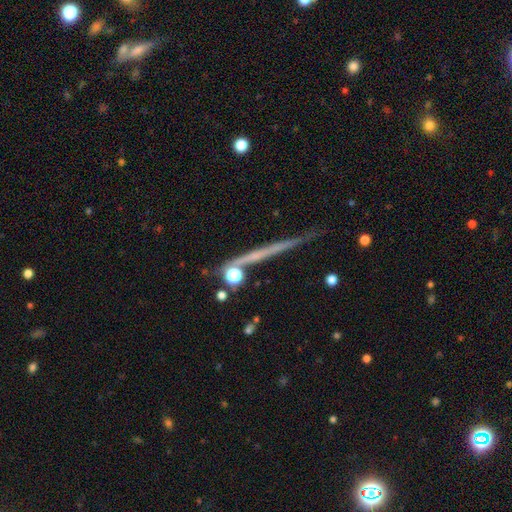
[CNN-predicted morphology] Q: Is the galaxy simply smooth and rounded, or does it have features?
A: featured or disk — 55%.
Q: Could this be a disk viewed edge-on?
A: yes — 95%.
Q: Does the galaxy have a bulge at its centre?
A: none — 88%.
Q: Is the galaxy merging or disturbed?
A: none — 82%.